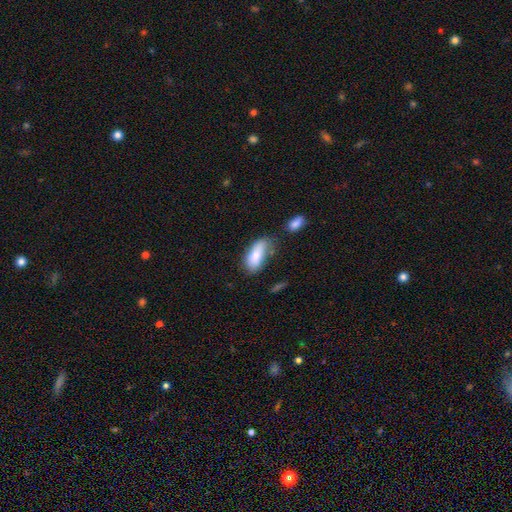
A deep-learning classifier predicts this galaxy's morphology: The model was most divided on "merging": none: 49%, minor disturbance: 29%, merger: 12%, major disturbance: 11%. More confident: how rounded — in between (86%); smooth or featured — smooth (80%).